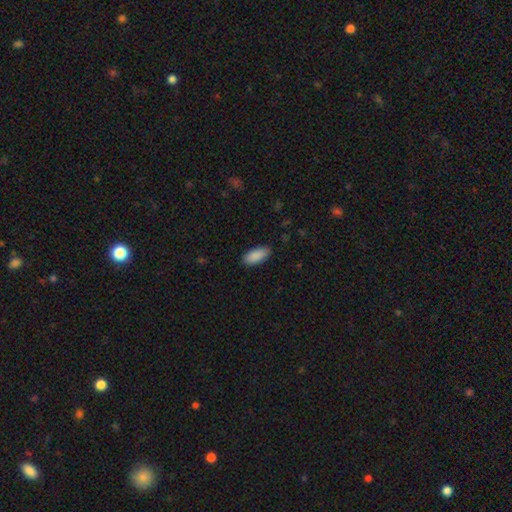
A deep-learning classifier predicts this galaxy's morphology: Q: Smooth or featured?
A: smooth (90%); runner-up: star or artifact (6%)
Q: How rounded?
A: in between (86%); runner-up: cigar-shaped (12%)
Q: Merging?
A: none (85%); runner-up: minor disturbance (11%)